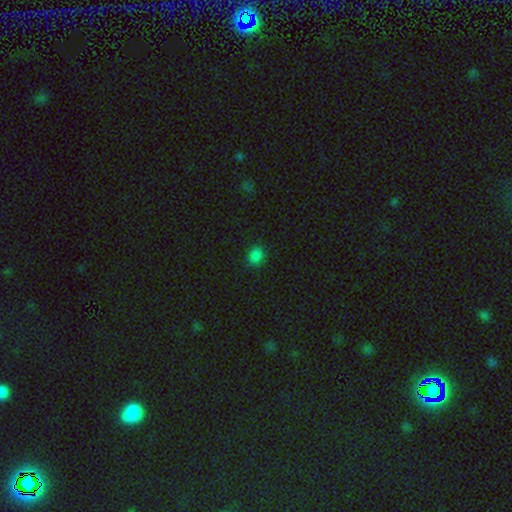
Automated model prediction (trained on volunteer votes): Morphology: type=smooth (83%); roundness=round (59%); merging=none (87%).